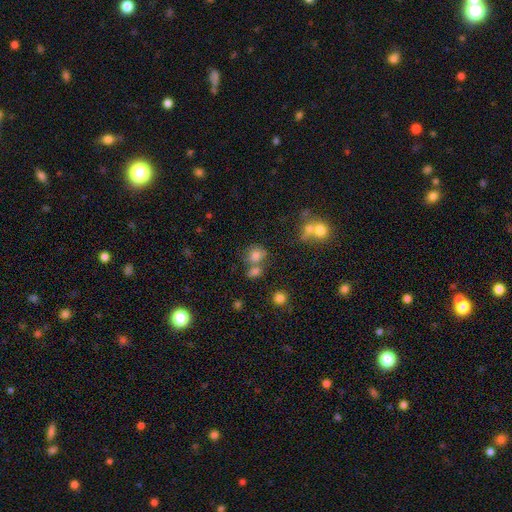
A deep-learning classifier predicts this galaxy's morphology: type=smooth (76%); roundness=round (68%); merging=none (50%).